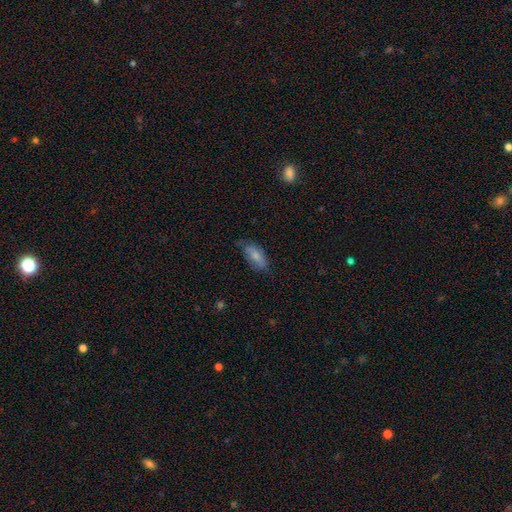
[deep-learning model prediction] smooth-or-featured: smooth: 76% | featured or disk: 17% | star or artifact: 7%
  how-rounded: in between: 81% | cigar-shaped: 17% | round: 2%
  merging: none: 62% | minor disturbance: 29% | major disturbance: 7% | merger: 2%